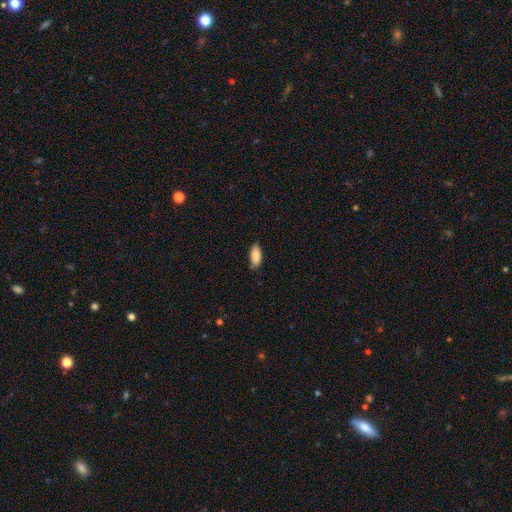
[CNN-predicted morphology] This is clearly a smooth galaxy (88%). How rounded: clearly in between (81%). Merging: clearly none (84%).